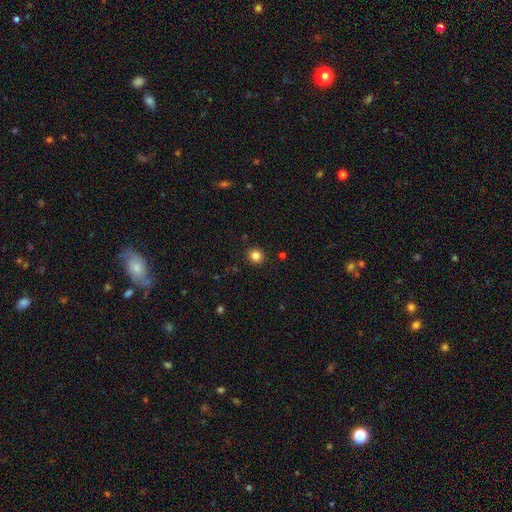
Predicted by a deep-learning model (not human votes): A smooth galaxy with no disk features (84%) that is round (91%).

Vote fractions:
- Smooth or featured? smooth: 84% / star or artifact: 12% / featured or disk: 4%
- How rounded? round: 91% / in between: 8% / cigar-shaped: 1%
- Merging? none: 92% / minor disturbance: 5% / major disturbance: 2% / merger: 1%